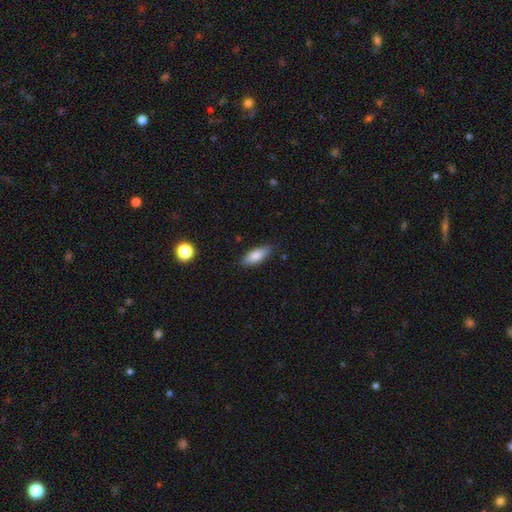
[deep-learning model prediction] A smooth galaxy with no disk features (83%) that is in between round and cigar-shaped (74%).

Vote fractions:
- Smooth or featured? smooth: 83% / featured or disk: 11% / star or artifact: 7%
- How rounded? in between: 74% / cigar-shaped: 24% / round: 2%
- Merging? none: 84% / minor disturbance: 12% / major disturbance: 2% / merger: 1%